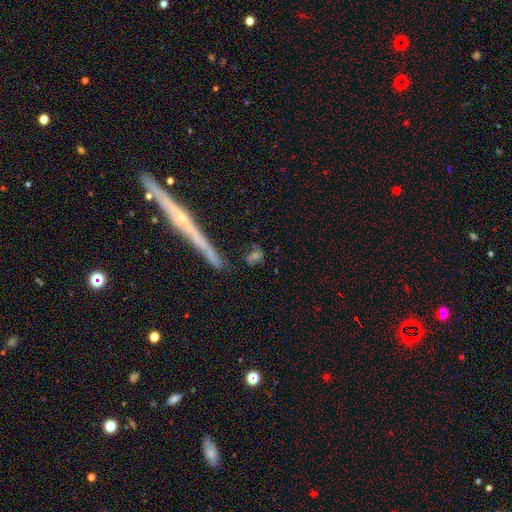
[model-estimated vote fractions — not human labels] Q: Smooth or featured?
A: smooth (49%); runner-up: featured or disk (37%)
Q: Merging?
A: none (60%); runner-up: minor disturbance (19%)